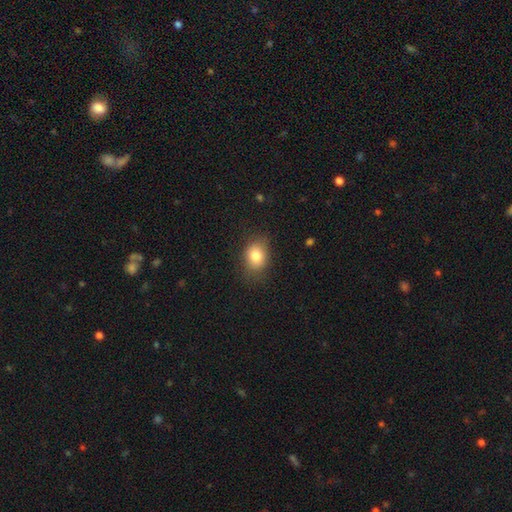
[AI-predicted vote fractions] Morphology: type=smooth (82%); roundness=in between (63%); merging=none (74%).